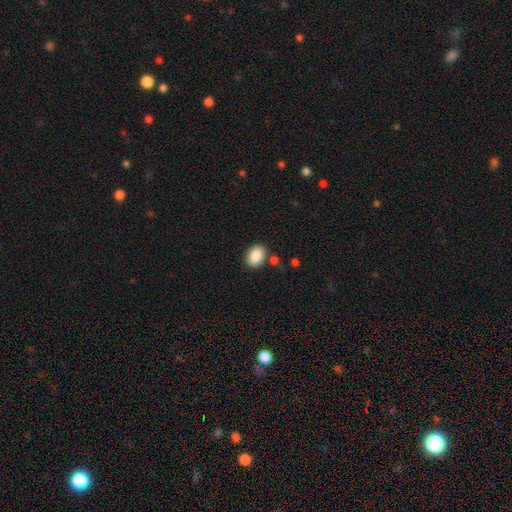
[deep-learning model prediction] Q: Smooth or featured?
A: smooth (88%); runner-up: star or artifact (8%)
Q: How rounded?
A: in between (77%); runner-up: round (22%)
Q: Merging?
A: none (80%); runner-up: minor disturbance (11%)